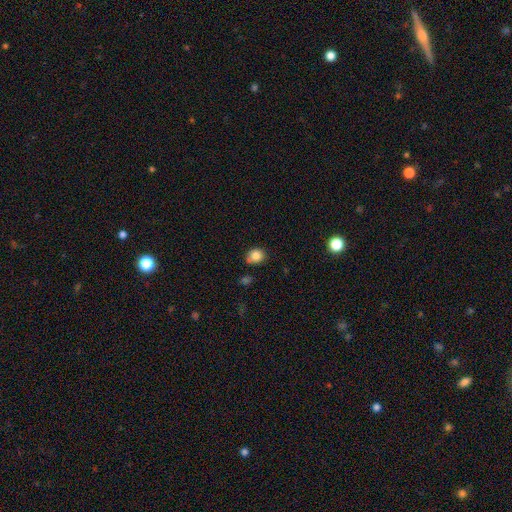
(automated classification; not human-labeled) Smooth or featured?
  - smooth: 84% *
  - star or artifact: 10%
  - featured or disk: 5%
How rounded?
  - round: 70% *
  - in between: 29%
  - cigar-shaped: 1%
Merging?
  - none: 68% *
  - minor disturbance: 22%
  - merger: 5%
  - major disturbance: 4%